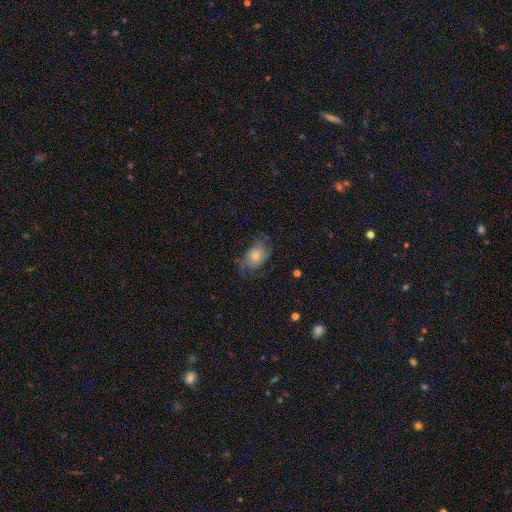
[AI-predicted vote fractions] A featured or disk galaxy (50%). Merging: none (55%).